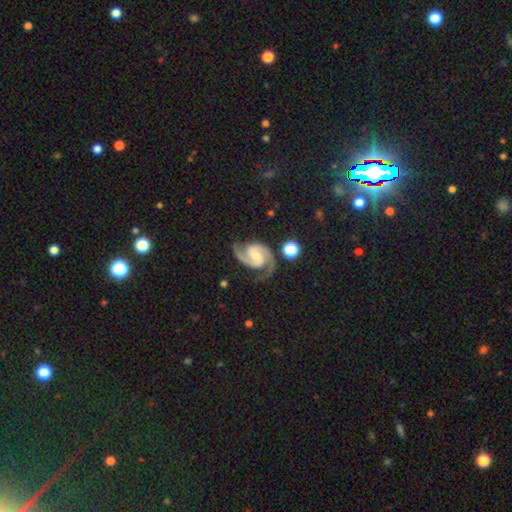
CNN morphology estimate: smooth_or_featured: featured or disk (p=0.93) [alt: star or artifact p=0.04]
disk_edge_on: no (p=0.98) [alt: yes p=0.02]
bar: weak (p=0.50) [alt: no p=0.27]
has_spiral_arms: yes (p=0.99) [alt: no p=0.01]
spiral_winding: medium (p=0.62) [alt: tight p=0.29]
spiral_arm_count: 2 (p=0.94) [alt: 3 p=0.02]
bulge_size: small (p=0.50) [alt: moderate p=0.36]
merging: none (p=0.79) [alt: minor disturbance p=0.14]